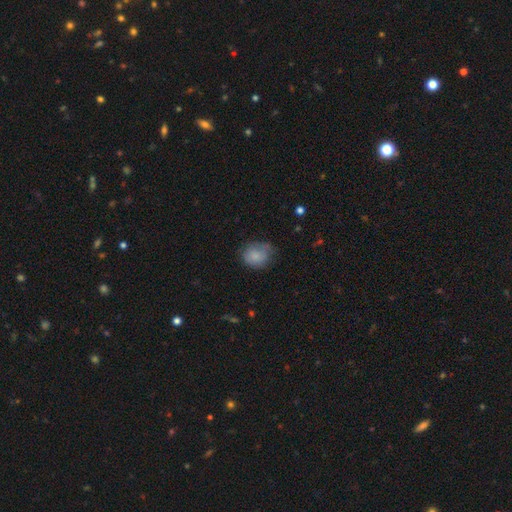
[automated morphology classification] smooth 81%, featured or disk 10%, star or artifact 9%. Down the decision tree: how rounded — round (58%); merging — none (57%).